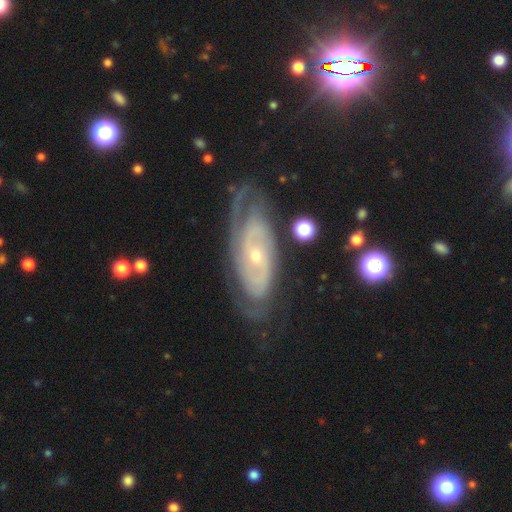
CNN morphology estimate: Smooth or featured: featured or disk — 86% (smooth — 8%)
Edge-on disk: no — 92% (yes — 8%)
Bar: no — 68% (weak — 24%)
Spiral arms: yes — 95% (no — 5%)
Spiral winding: tight — 68% (medium — 26%)
Spiral arm count: 2 — 42% (can't tell — 33%)
Bulge size: small — 71% (moderate — 26%)
Merging: none — 69% (minor disturbance — 21%)